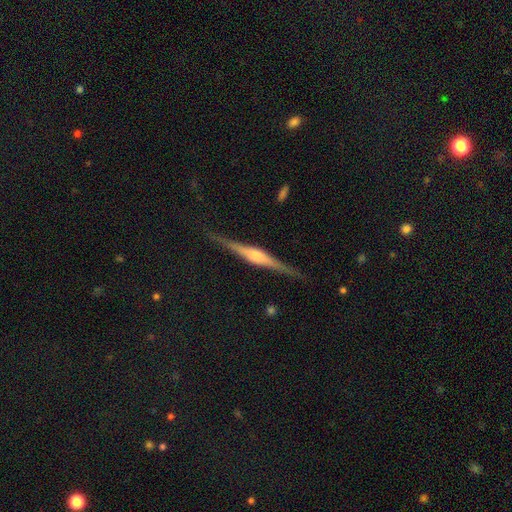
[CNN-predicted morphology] This is clearly a featured or disk galaxy (80%). It is clearly viewed edge-on (98%). Edge-on bulge: likely rounded (69%). Merging: clearly none (88%).